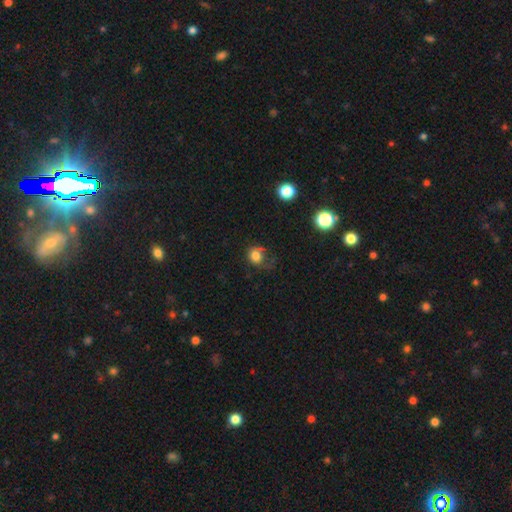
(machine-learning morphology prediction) Smooth or featured? smooth (79%)
How rounded? round (75%)
Merging? none (45%)